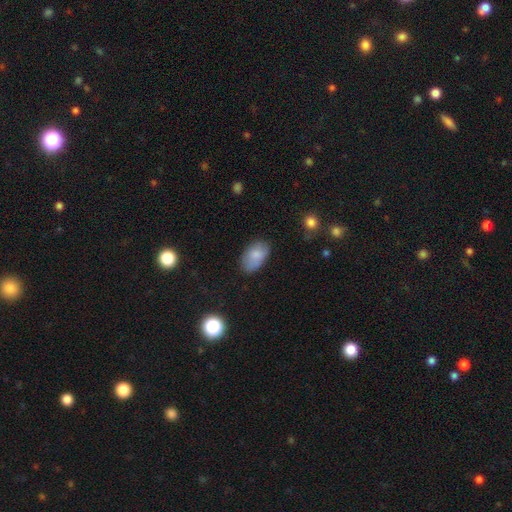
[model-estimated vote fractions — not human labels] Morphology: type=smooth (81%); roundness=in between (93%); merging=none (73%).